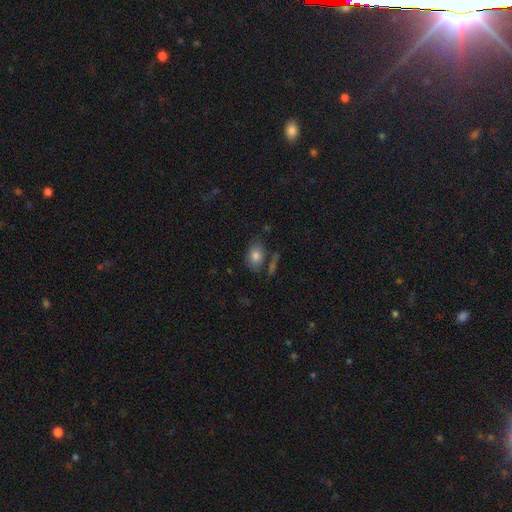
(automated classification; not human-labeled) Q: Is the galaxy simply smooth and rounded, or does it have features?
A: smooth — 80%.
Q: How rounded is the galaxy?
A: in between — 82%.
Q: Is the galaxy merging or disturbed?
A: none — 65%.